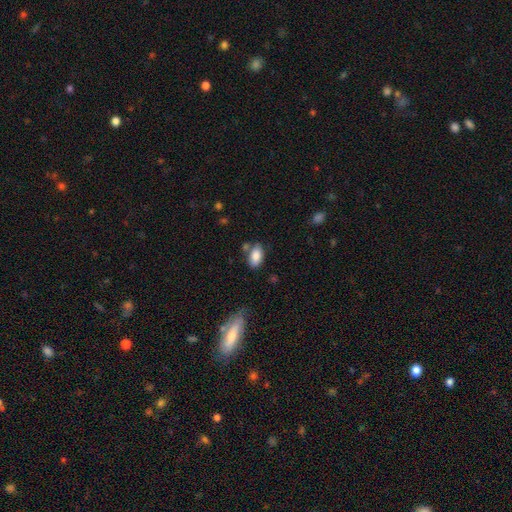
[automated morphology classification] The model was most divided on "merging": none: 71%, minor disturbance: 16%, merger: 9%, major disturbance: 4%. More confident: how rounded — in between (92%); smooth or featured — smooth (86%).